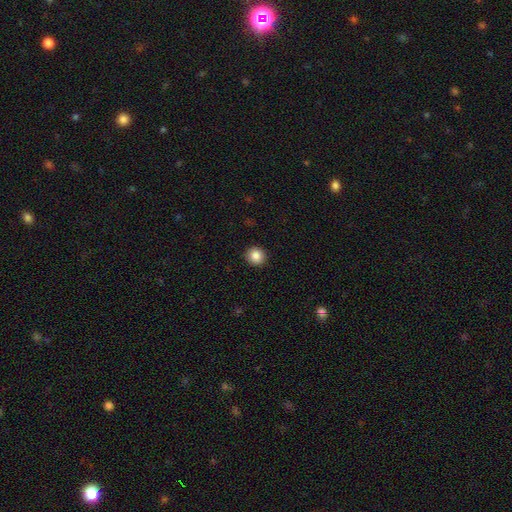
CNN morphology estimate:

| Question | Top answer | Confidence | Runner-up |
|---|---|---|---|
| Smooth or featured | smooth | 87% | star or artifact (9%) |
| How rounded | round | 90% | in between (9%) |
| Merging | none | 92% | minor disturbance (5%) |